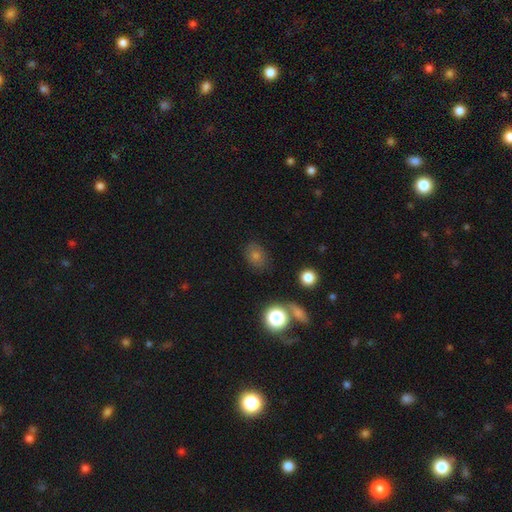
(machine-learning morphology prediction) Overall: smooth (70%). How rounded: in between (56%; round 43%). Merging: none (81%).